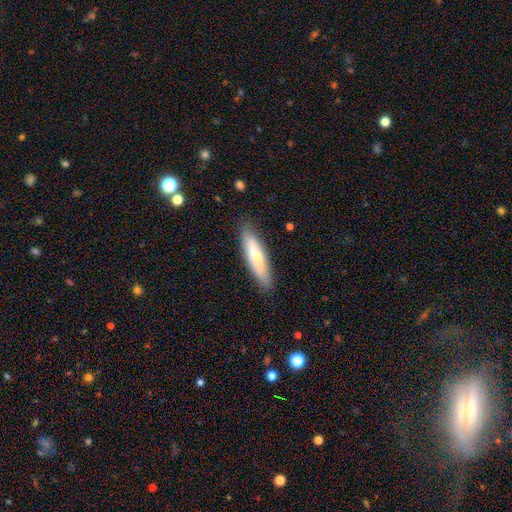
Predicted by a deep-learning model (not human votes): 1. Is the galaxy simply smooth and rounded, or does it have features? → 63% smooth, 31% featured or disk, 6% star or artifact.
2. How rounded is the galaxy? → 77% cigar-shaped, 22% in between, 1% round.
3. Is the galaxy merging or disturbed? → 84% none, 12% minor disturbance, 3% major disturbance, 1% merger.